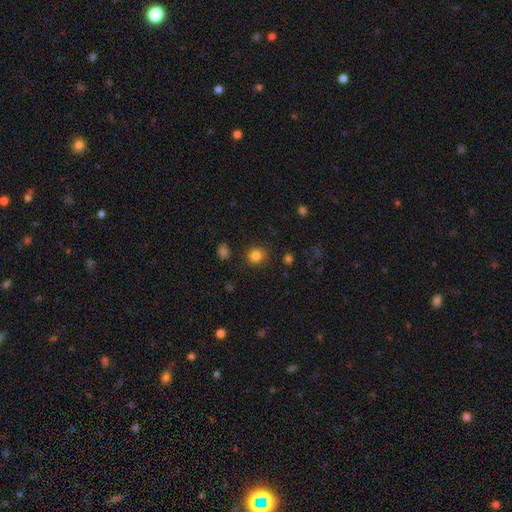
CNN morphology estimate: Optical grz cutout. It shows a smooth galaxy with no disk features (83%) that is round (88%). Merging: none (86%).